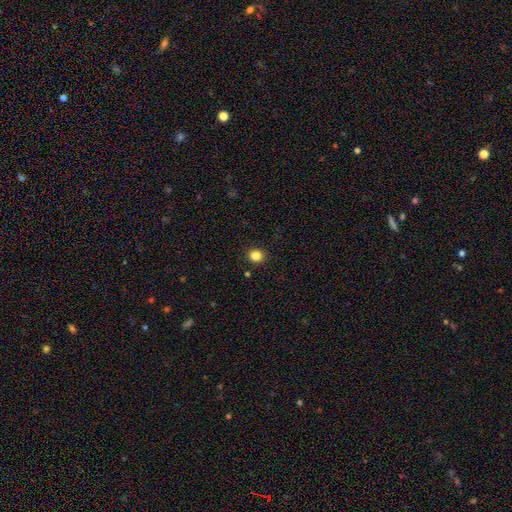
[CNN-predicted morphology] The model was most divided on "how rounded": round: 82%, in between: 18%, cigar-shaped: 1%. More confident: merging — none (90%); smooth or featured — smooth (84%).